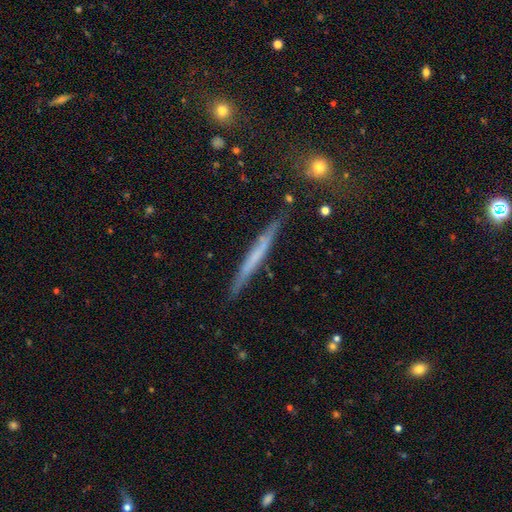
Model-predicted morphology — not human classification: featured or disk 49%, smooth 44%, star or artifact 8%. Down the decision tree: merging — none (86%).